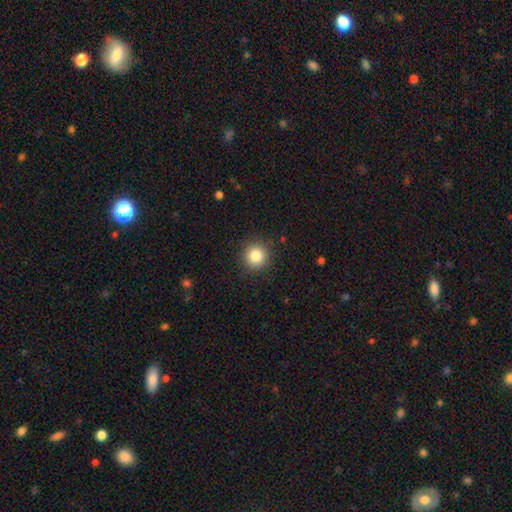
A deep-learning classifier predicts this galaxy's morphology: Overall: smooth (83%). How rounded: round (94%). Merging: none (91%).